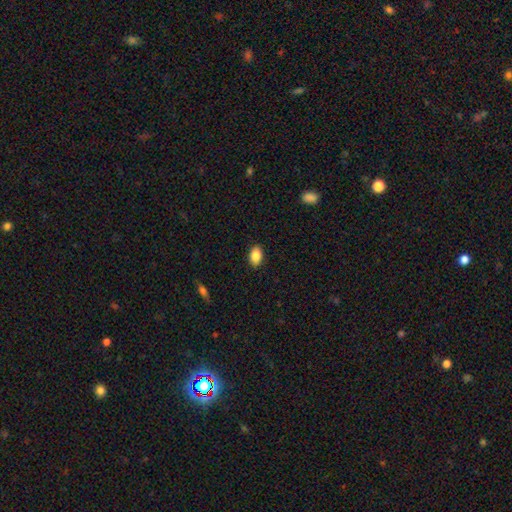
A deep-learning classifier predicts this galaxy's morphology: Smooth or featured: smooth — 87% (star or artifact — 8%)
How rounded: in between — 88% (round — 11%)
Merging: none — 89% (minor disturbance — 8%)